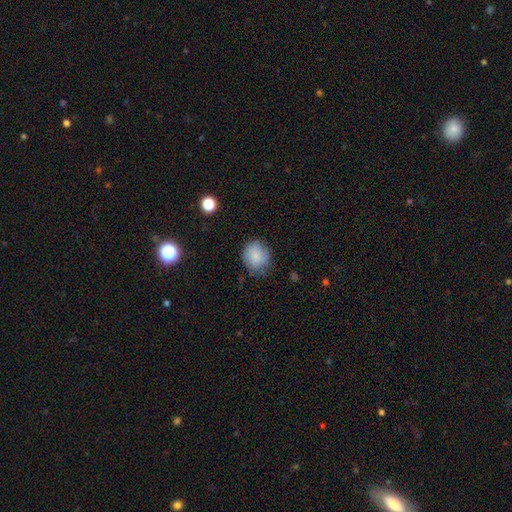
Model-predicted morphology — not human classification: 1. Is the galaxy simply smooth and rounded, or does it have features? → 84% smooth, 9% star or artifact, 7% featured or disk.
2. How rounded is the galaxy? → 76% round, 23% in between, 1% cigar-shaped.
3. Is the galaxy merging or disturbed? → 74% none, 20% minor disturbance, 5% major disturbance, 2% merger.